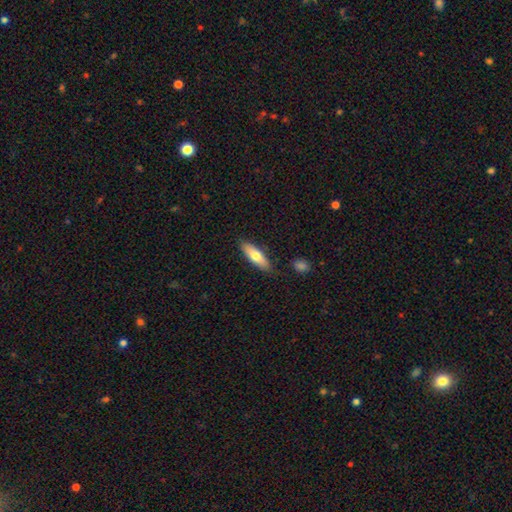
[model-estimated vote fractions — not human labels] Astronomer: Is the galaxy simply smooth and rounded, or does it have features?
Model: smooth — 68%.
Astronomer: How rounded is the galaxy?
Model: cigar-shaped — 51% (runner-up: in between, 47%).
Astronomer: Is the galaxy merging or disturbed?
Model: none — 85%.